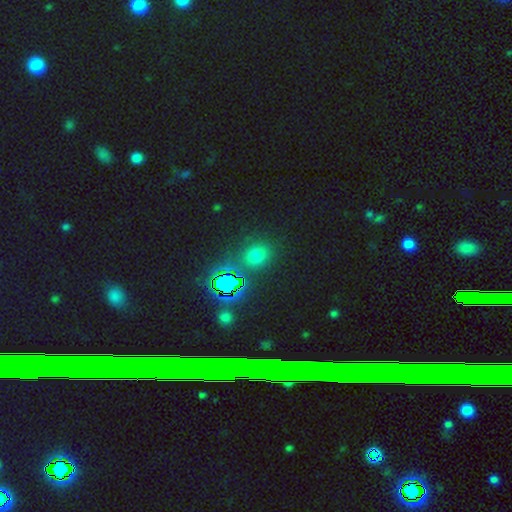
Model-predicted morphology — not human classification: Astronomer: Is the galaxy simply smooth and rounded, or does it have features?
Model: smooth — 53% (runner-up: star or artifact, 39%).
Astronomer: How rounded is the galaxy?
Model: round — 65%.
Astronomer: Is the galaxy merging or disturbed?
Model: none — 84%.